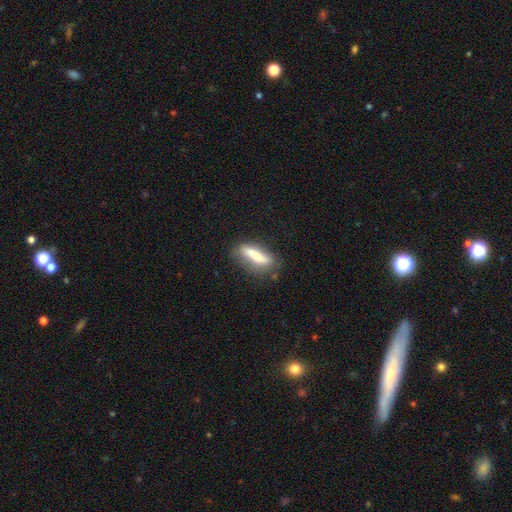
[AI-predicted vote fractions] A smooth galaxy with no disk features (64%) that is cigar-shaped (67%).

Vote fractions:
- Smooth or featured? smooth: 64% / featured or disk: 29% / star or artifact: 7%
- How rounded? cigar-shaped: 67% / in between: 31% / round: 2%
- Merging? none: 69% / minor disturbance: 21% / major disturbance: 7% / merger: 4%